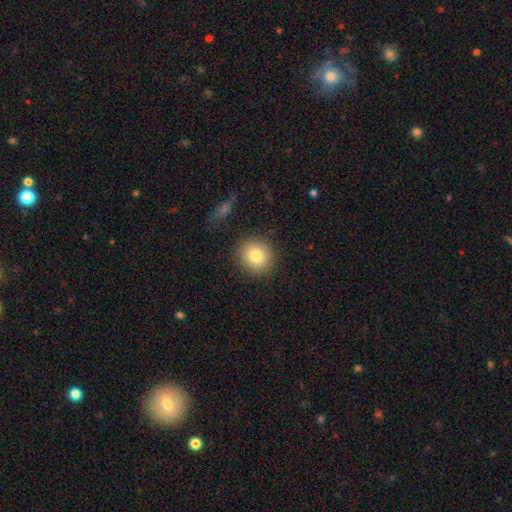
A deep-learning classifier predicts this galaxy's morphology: Smooth or featured? Predicted: smooth (p=0.80). How rounded? Predicted: round (p=0.87). Merging? Predicted: none (p=0.87).